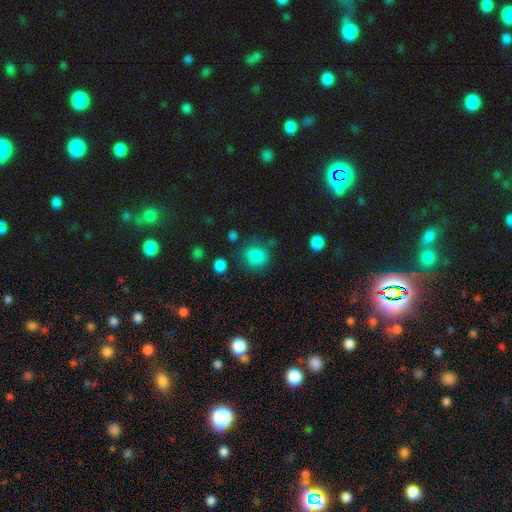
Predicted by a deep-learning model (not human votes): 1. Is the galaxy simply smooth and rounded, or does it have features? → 84% smooth, 11% star or artifact, 5% featured or disk.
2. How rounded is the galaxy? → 78% round, 21% in between, 1% cigar-shaped.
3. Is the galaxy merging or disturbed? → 74% none, 16% minor disturbance, 7% major disturbance, 4% merger.